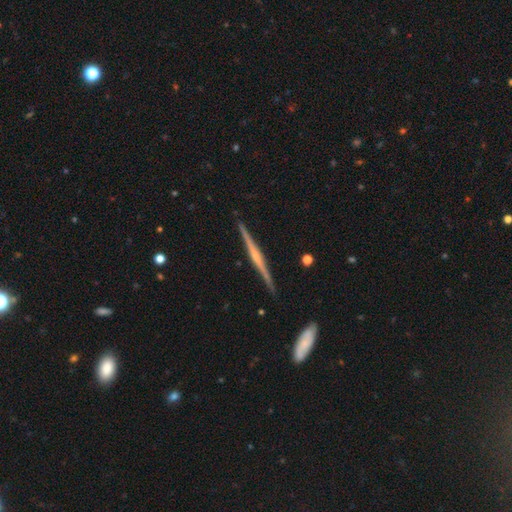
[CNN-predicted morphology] smooth_or_featured: featured or disk (p=0.80) [alt: smooth p=0.15]
disk_edge_on: yes (p=0.98) [alt: no p=0.02]
edge_on_bulge: rounded (p=0.62) [alt: none p=0.25]
merging: none (p=0.91) [alt: minor disturbance p=0.07]